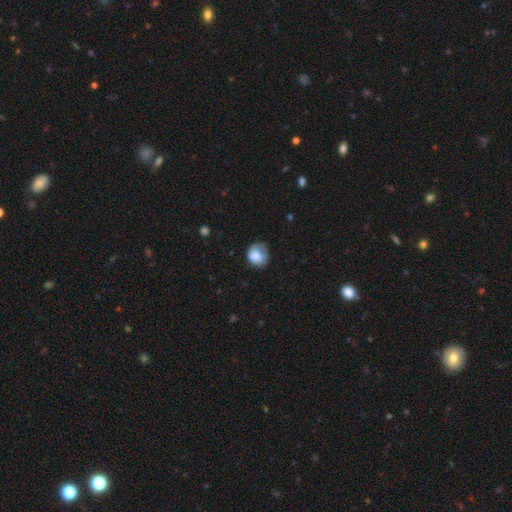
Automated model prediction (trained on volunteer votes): smooth-or-featured: smooth: 82% | featured or disk: 11% | star or artifact: 8%
  how-rounded: round: 72% | in between: 28% | cigar-shaped: 1%
  merging: none: 51% | minor disturbance: 35% | major disturbance: 12% | merger: 2%